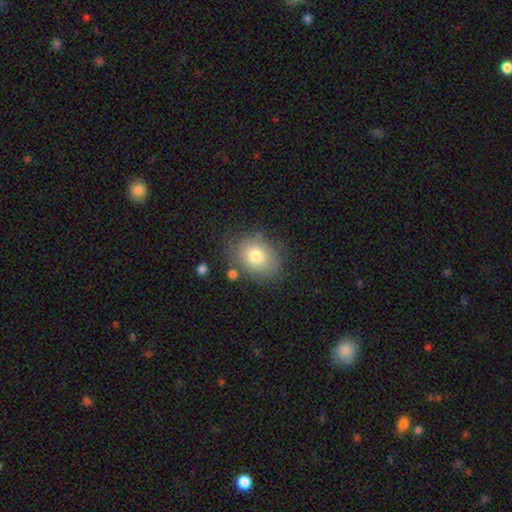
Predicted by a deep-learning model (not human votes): Smooth or featured? smooth (77%)
How rounded? in between (56%)
Merging? none (73%)